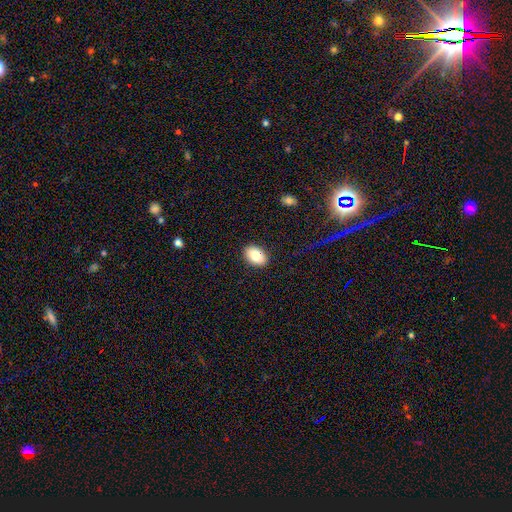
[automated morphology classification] Smooth or featured: smooth — 81% (featured or disk — 11%)
How rounded: in between — 87% (round — 12%)
Merging: none — 89% (minor disturbance — 8%)